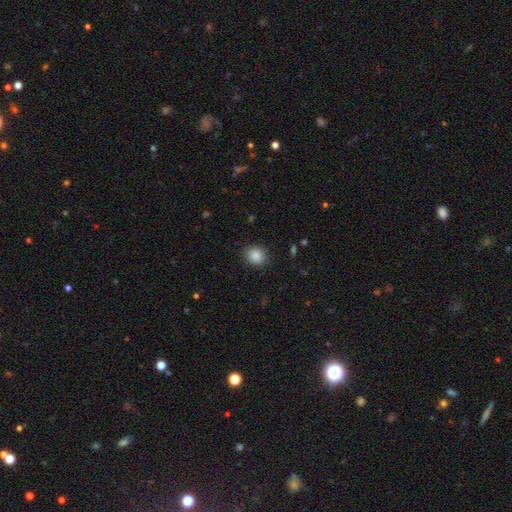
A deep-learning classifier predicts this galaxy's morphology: Smooth or featured? smooth (87%)
How rounded? round (72%)
Merging? none (88%)